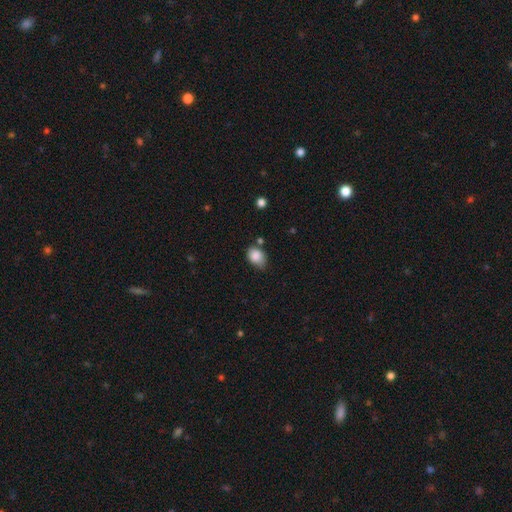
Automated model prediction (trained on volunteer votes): This is clearly a smooth galaxy (86%). How rounded: likely in between (67%). Merging: possibly none (56%).